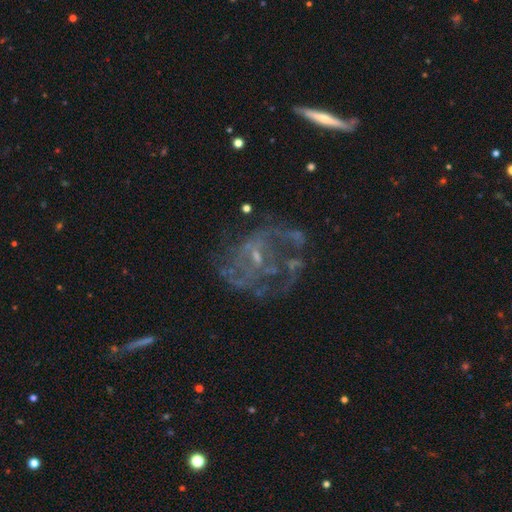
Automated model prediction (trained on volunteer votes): Smooth or featured? featured or disk (77%)
Edge-on disk? no (98%)
Bar? no (56%)
Spiral arms? yes (62%)
Bulge size? small (63%)
Merging? none (46%)